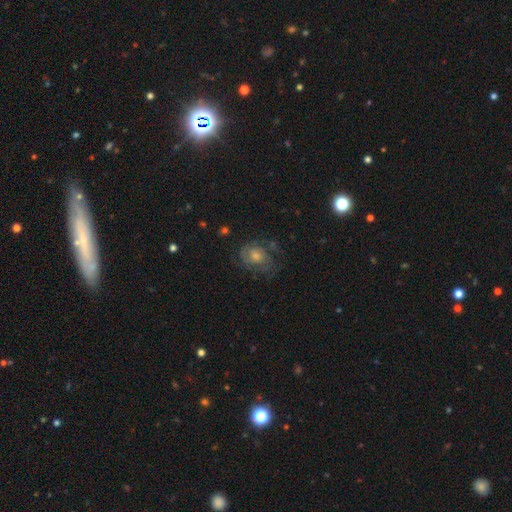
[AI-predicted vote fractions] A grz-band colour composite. It shows a featured or disk galaxy (58%) with no bar (78%), spiral arms (80%) and a moderate central bulge (52%). Merging: none (64%).